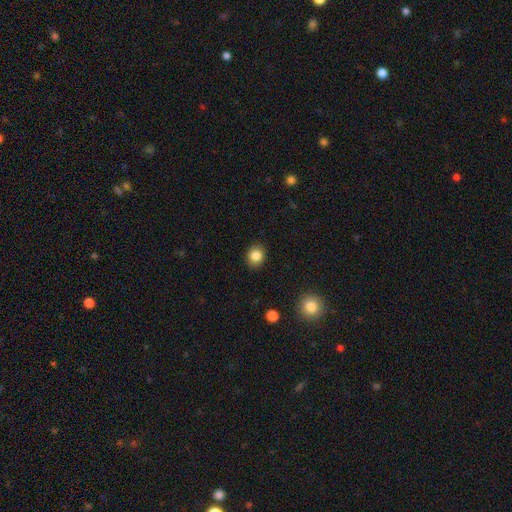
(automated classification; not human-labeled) Smooth or featured?
  - smooth: 84% *
  - star or artifact: 10%
  - featured or disk: 5%
How rounded?
  - round: 69% *
  - in between: 30%
  - cigar-shaped: 1%
Merging?
  - none: 90% *
  - minor disturbance: 7%
  - major disturbance: 2%
  - merger: 1%